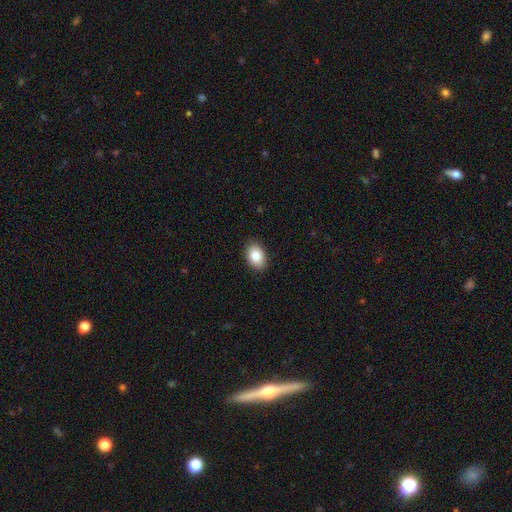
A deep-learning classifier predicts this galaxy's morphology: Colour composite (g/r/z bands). It shows a smooth galaxy with no disk features (85%) that is in between round and cigar-shaped (84%). Merging: none (88%).